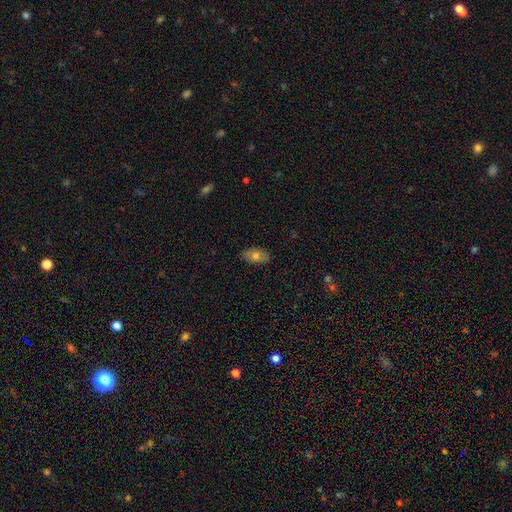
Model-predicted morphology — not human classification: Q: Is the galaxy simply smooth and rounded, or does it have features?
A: smooth — 73%.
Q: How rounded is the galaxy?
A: in between — 92%.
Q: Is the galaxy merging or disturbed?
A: none — 86%.